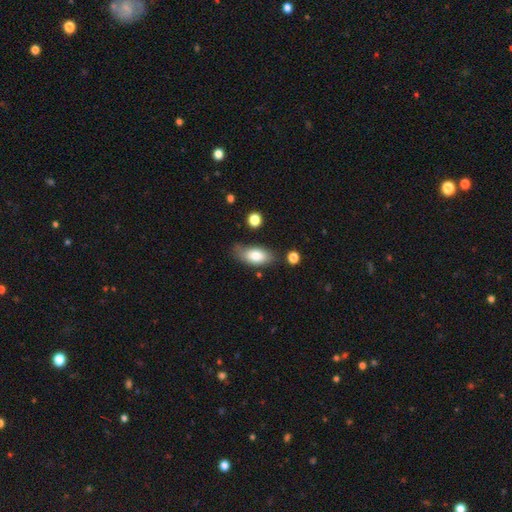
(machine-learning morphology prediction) Smooth or featured? Predicted: smooth (p=0.79). How rounded? Predicted: in between (p=0.90). Merging? Predicted: none (p=0.60).